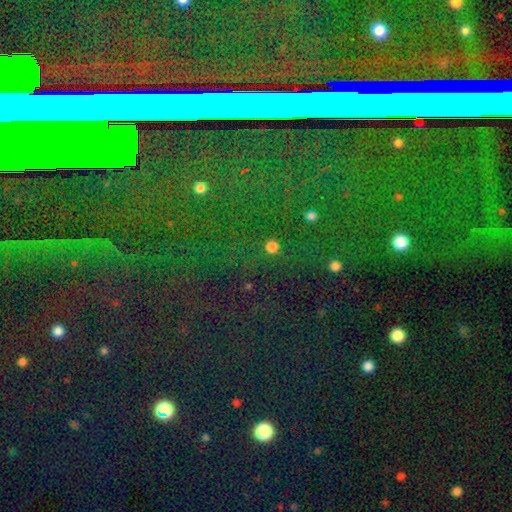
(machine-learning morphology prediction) smooth-or-featured: star or artifact: 83% | featured or disk: 9% | smooth: 8%